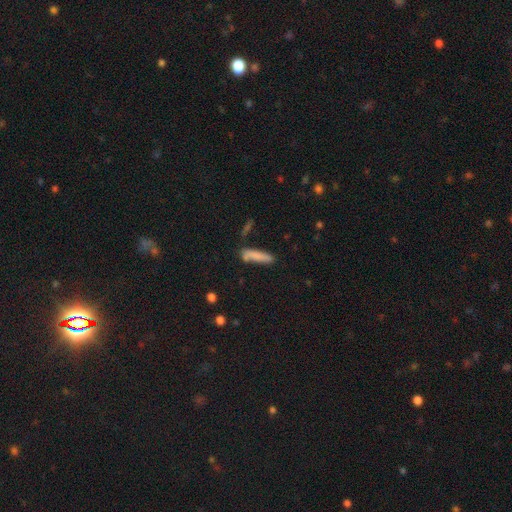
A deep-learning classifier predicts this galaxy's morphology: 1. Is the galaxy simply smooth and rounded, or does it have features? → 80% smooth, 13% featured or disk, 7% star or artifact.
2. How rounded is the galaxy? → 82% cigar-shaped, 16% in between, 2% round.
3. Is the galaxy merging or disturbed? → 67% none, 19% minor disturbance, 8% merger, 5% major disturbance.